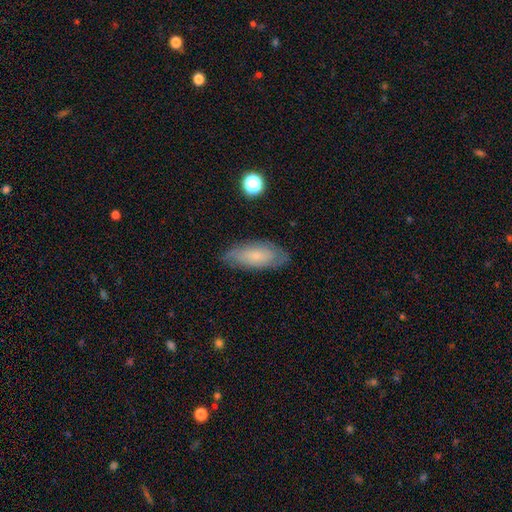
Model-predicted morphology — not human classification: Smooth or featured? smooth (59%)
How rounded? in between (79%)
Merging? none (78%)